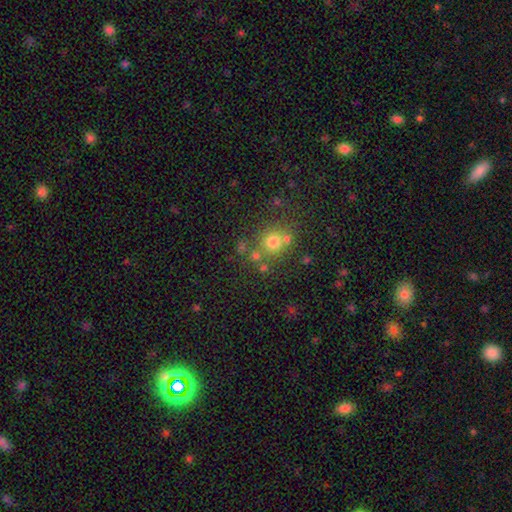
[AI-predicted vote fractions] Q: Smooth or featured?
A: smooth (68%); runner-up: star or artifact (20%)
Q: How rounded?
A: round (88%); runner-up: in between (11%)
Q: Merging?
A: none (66%); runner-up: merger (18%)